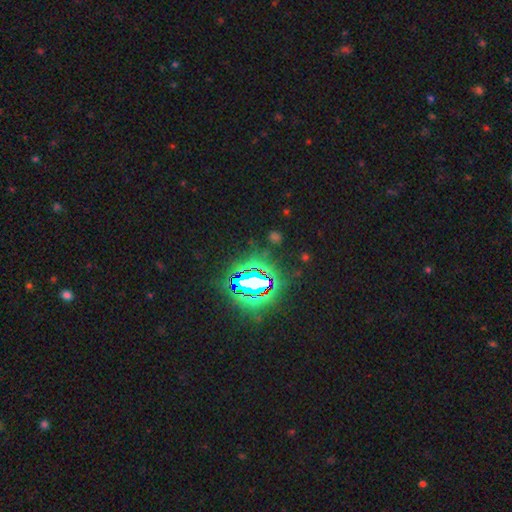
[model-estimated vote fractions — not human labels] smooth_or_featured: star or artifact (p=0.80) [alt: smooth p=0.12]